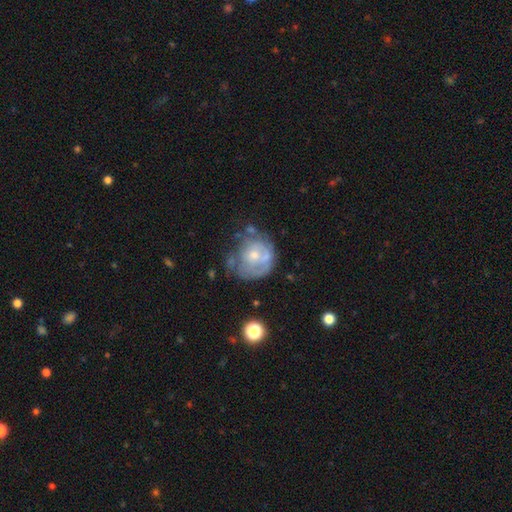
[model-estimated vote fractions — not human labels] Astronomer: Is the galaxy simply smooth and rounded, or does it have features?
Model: featured or disk — 56% (runner-up: smooth, 36%).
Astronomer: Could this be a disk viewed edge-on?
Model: no — 98%.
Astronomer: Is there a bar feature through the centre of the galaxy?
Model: no — 84%.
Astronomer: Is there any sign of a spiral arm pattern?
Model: no — 59% (runner-up: yes, 41%).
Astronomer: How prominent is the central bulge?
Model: small — 47% (runner-up: moderate, 45%).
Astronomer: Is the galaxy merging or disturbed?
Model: none — 42% (runner-up: minor disturbance, 28%).